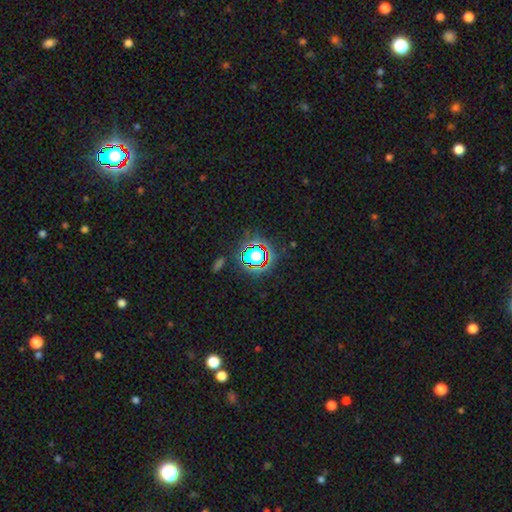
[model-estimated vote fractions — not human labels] A star or artifact, not a galaxy (62%).